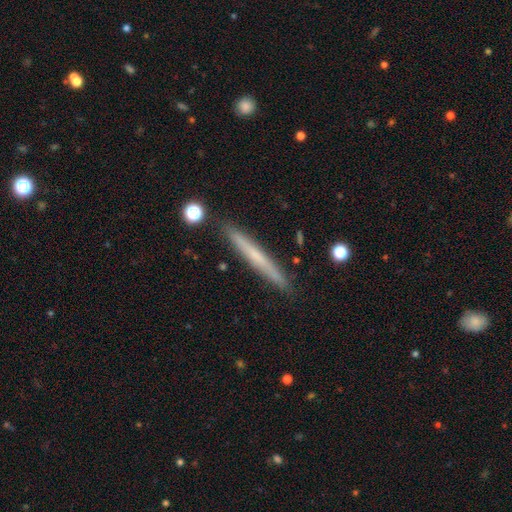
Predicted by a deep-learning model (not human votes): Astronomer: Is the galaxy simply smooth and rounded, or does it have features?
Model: smooth — 50% (runner-up: featured or disk, 43%).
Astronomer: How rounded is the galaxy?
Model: cigar-shaped — 97%.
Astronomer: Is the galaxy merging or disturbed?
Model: none — 90%.